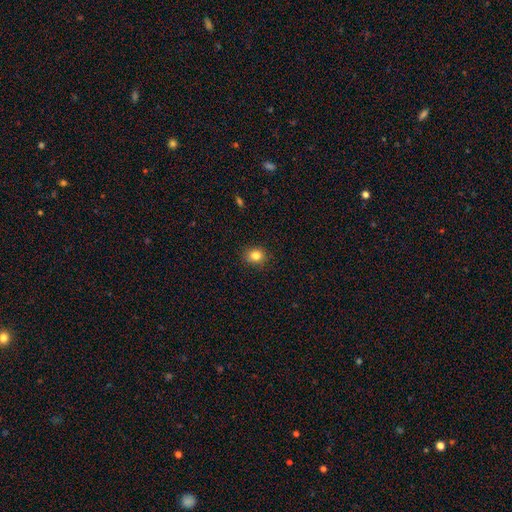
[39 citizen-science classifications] smooth_or_featured: smooth (p=0.90) [alt: star or artifact p=0.08]
how_rounded: round (p=0.51) [alt: in between p=0.49]
merging: none (p=0.92) [alt: minor disturbance p=0.06]